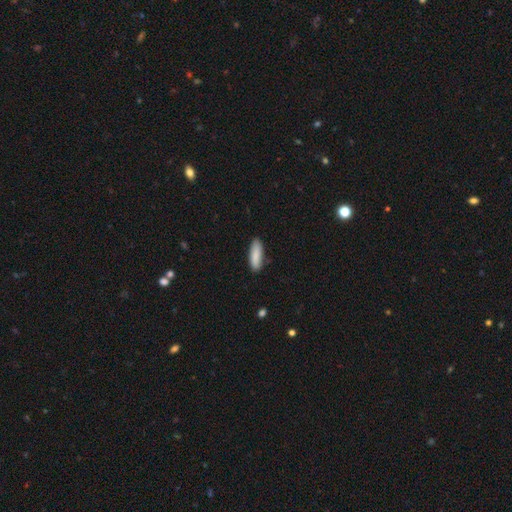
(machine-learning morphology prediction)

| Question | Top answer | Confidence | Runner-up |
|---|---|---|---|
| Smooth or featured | smooth | 88% | featured or disk (6%) |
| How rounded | in between | 51% | cigar-shaped (48%) |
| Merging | none | 85% | minor disturbance (12%) |